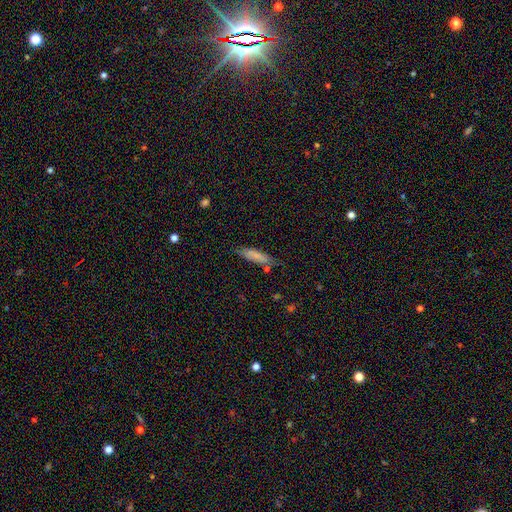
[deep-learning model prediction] smooth_or_featured: smooth (p=0.79) [alt: featured or disk p=0.13]
how_rounded: cigar-shaped (p=0.67) [alt: in between p=0.31]
merging: none (p=0.73) [alt: minor disturbance p=0.18]